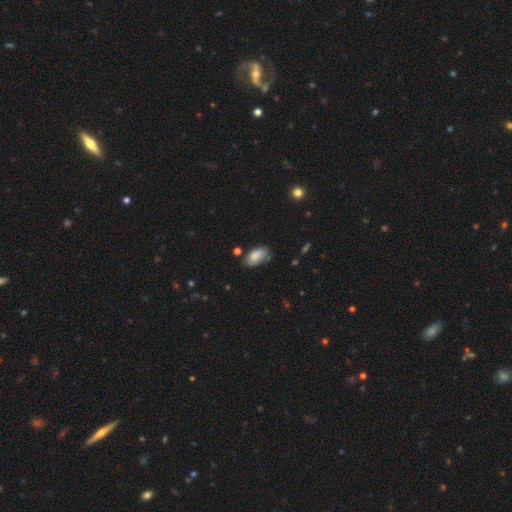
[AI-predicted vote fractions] smooth-or-featured: smooth: 83% | featured or disk: 9% | star or artifact: 7%
  how-rounded: in between: 93% | round: 4% | cigar-shaped: 2%
  merging: none: 63% | minor disturbance: 27% | major disturbance: 6% | merger: 4%